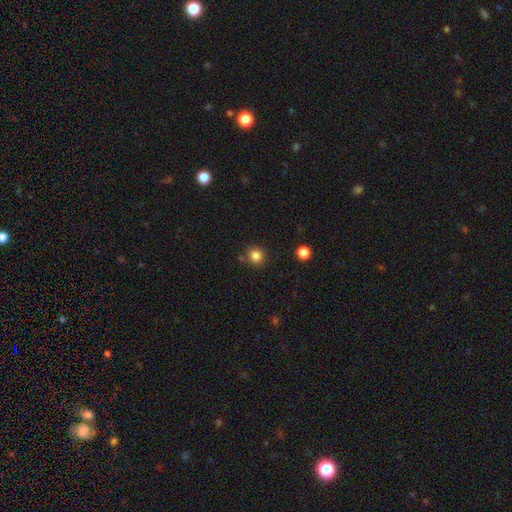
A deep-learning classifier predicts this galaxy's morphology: The model was most divided on "smooth or featured": smooth: 84%, star or artifact: 12%, featured or disk: 4%. More confident: how rounded — round (93%); merging — none (84%).